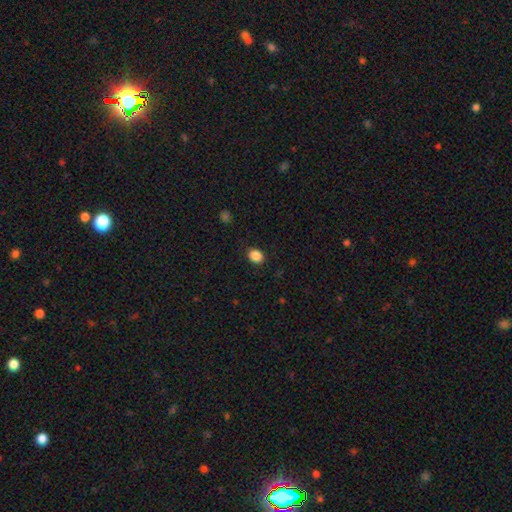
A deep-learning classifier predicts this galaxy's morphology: Overall: smooth (87%). How rounded: in between (51%; round 48%). Merging: none (88%).